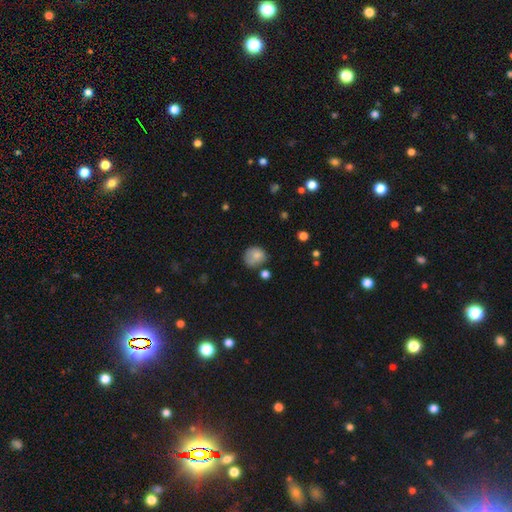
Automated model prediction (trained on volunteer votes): Smooth or featured? smooth (78%)
How rounded? round (71%)
Merging? none (53%)